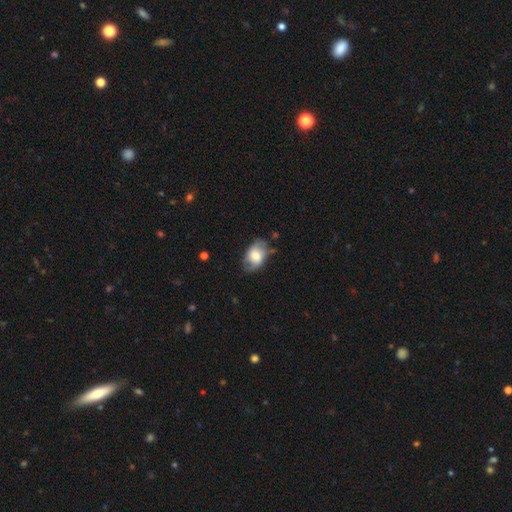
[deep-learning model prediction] smooth 59%, featured or disk 34%, star or artifact 7%. Down the decision tree: how rounded — in between (84%); merging — none (61%).